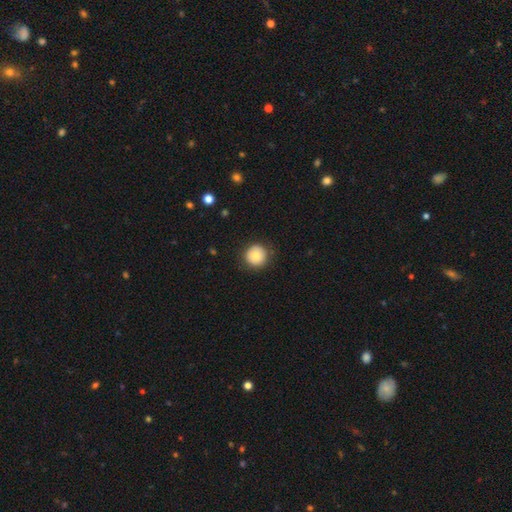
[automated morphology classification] type=smooth (81%); roundness=round (95%); merging=none (86%).